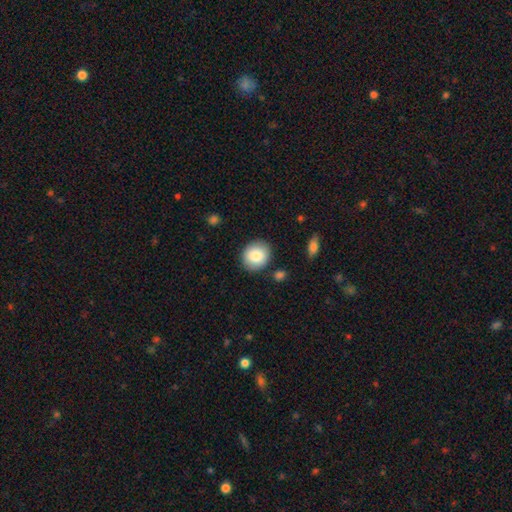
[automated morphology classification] smooth 84%, featured or disk 8%, star or artifact 8%. Down the decision tree: how rounded — round (79%); merging — none (86%).